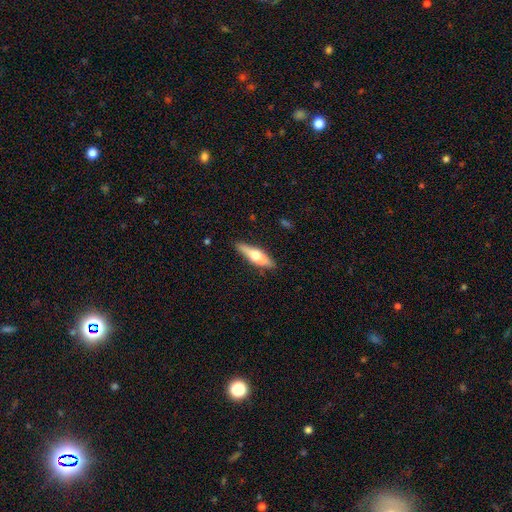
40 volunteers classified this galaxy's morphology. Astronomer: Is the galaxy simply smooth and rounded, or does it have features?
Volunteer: featured or disk — 57% (runner-up: smooth, 38%).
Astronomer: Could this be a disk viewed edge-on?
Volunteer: yes — 70%.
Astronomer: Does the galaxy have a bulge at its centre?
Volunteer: rounded — 94%.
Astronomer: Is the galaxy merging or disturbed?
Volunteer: none — 50% (runner-up: merger, 42%).